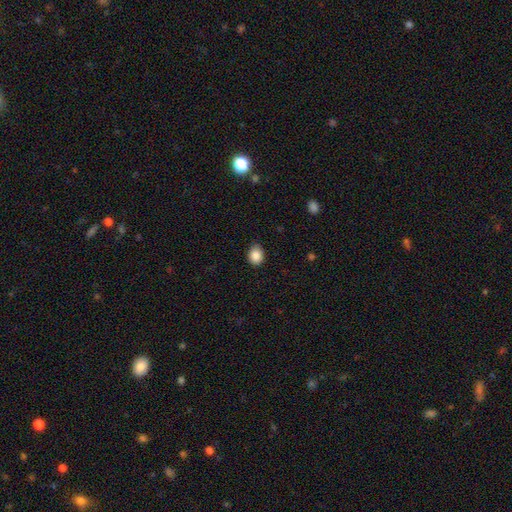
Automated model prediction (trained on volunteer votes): This is clearly a smooth galaxy (87%). How rounded: possibly round (54%). Merging: clearly none (82%).